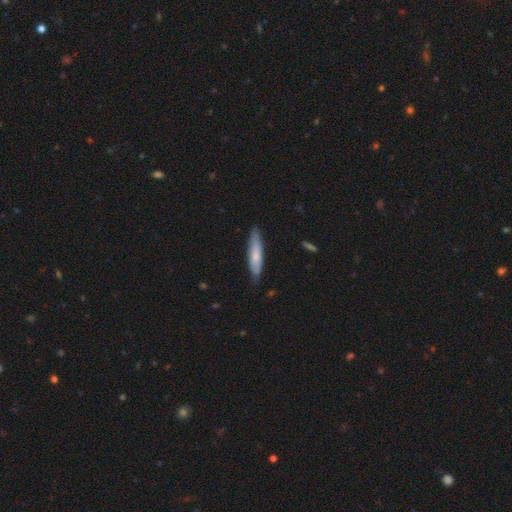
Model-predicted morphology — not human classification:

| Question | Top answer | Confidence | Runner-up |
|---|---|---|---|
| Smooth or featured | smooth | 66% | featured or disk (28%) |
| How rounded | cigar-shaped | 81% | in between (17%) |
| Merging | none | 80% | minor disturbance (16%) |